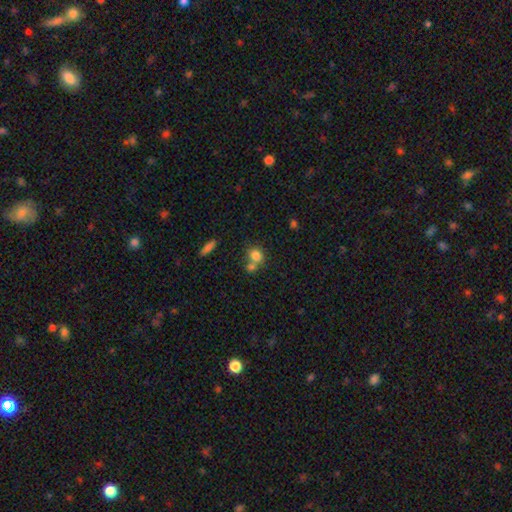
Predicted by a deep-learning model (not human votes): smooth-or-featured: smooth: 80% | star or artifact: 10% | featured or disk: 10%
  how-rounded: round: 70% | in between: 28% | cigar-shaped: 1%
  merging: none: 45% | merger: 42% | minor disturbance: 9% | major disturbance: 4%